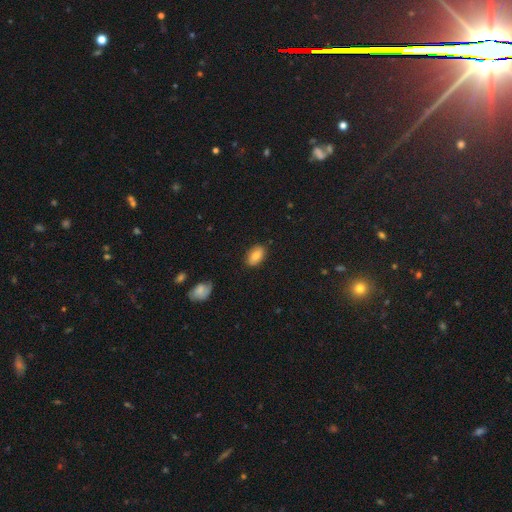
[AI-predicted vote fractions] Smooth or featured?
  - smooth: 80% *
  - featured or disk: 11%
  - star or artifact: 8%
How rounded?
  - in between: 92% *
  - round: 6%
  - cigar-shaped: 2%
Merging?
  - none: 85% *
  - minor disturbance: 12%
  - major disturbance: 2%
  - merger: 1%